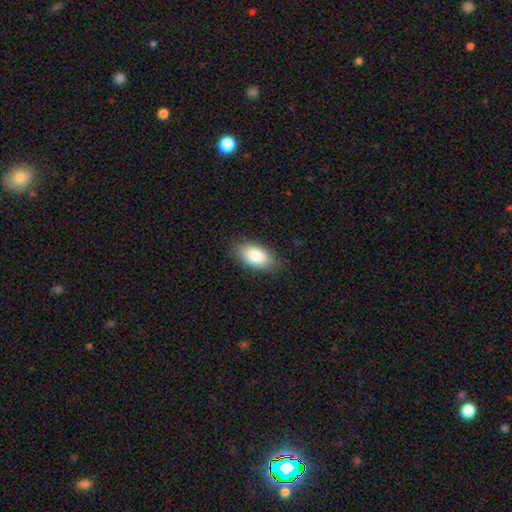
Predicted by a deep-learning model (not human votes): Smooth or featured? smooth (86%)
How rounded? in between (93%)
Merging? none (84%)